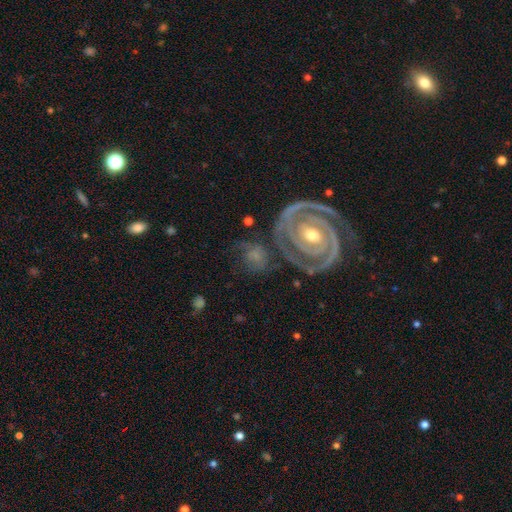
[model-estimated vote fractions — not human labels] featured or disk 68%, smooth 24%, star or artifact 9%. Down the decision tree: edge-on disk — no (97%); bar — no (55%); spiral arms — yes (91%); spiral arm count — 2 (64%); spiral winding — tight (67%); bulge size — moderate (53%); merging — none (62%).